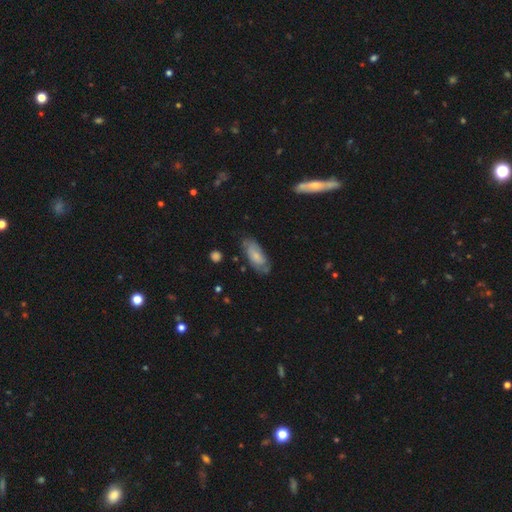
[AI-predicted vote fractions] Overall: smooth (58%; featured or disk 36%). How rounded: in between (80%). Merging: none (68%).